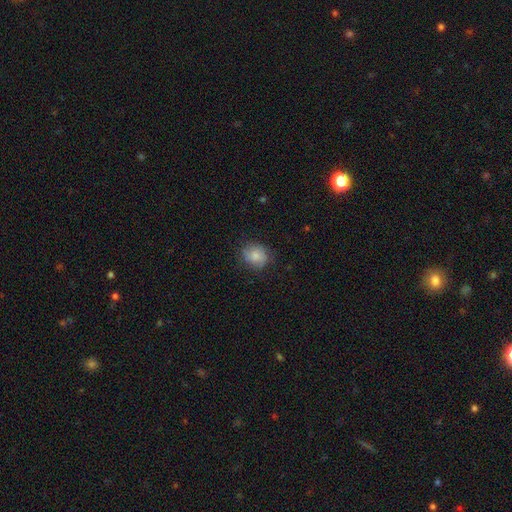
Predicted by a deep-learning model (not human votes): This is likely a smooth galaxy (75%). How rounded: likely round (70%). Merging: likely none (73%).